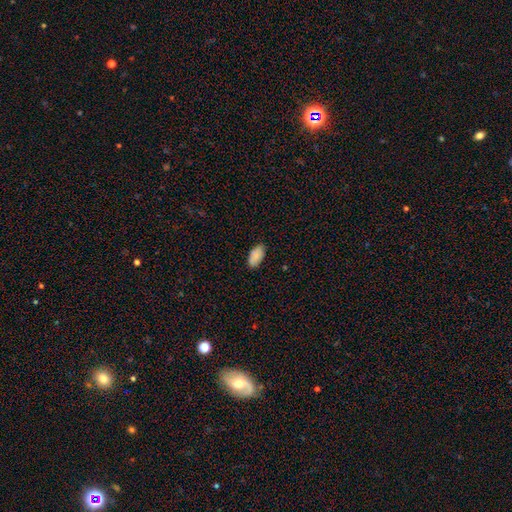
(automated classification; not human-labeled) Smooth or featured? Predicted: smooth (p=0.88). How rounded? Predicted: in between (p=0.95). Merging? Predicted: none (p=0.84).